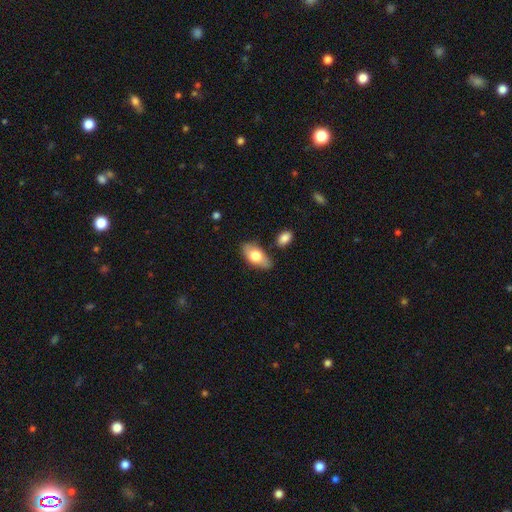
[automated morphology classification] A smooth galaxy with no disk features (69%) that is in between round and cigar-shaped (89%).

Vote fractions:
- Smooth or featured? smooth: 69% / featured or disk: 25% / star or artifact: 6%
- How rounded? in between: 89% / cigar-shaped: 6% / round: 5%
- Merging? none: 77% / minor disturbance: 15% / merger: 5% / major disturbance: 3%